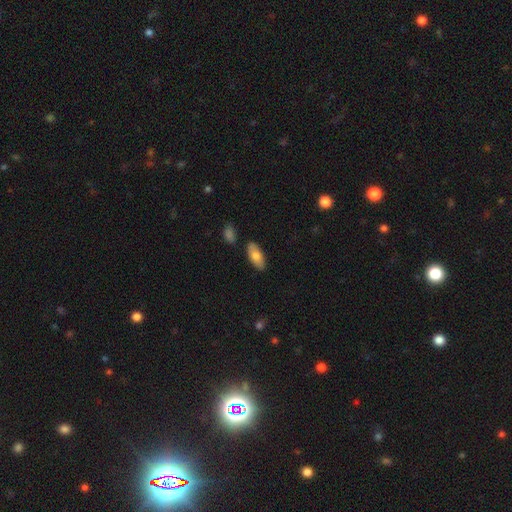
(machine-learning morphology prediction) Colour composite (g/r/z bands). It shows a smooth galaxy with no disk features (77%) that is in between round and cigar-shaped (88%). Merging: none (84%).